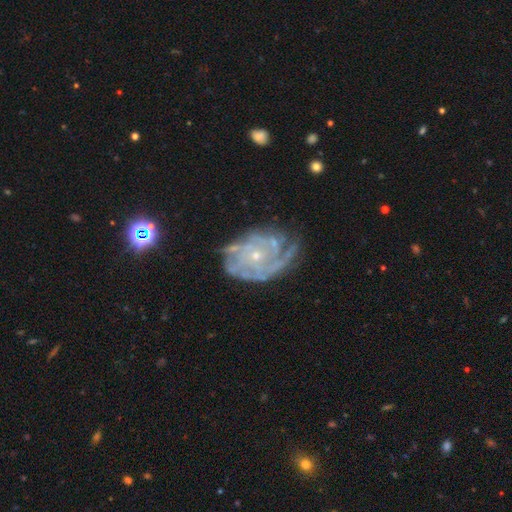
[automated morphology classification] featured or disk 83%, smooth 9%, star or artifact 8%. Down the decision tree: edge-on disk — no (97%); bar — no (81%); spiral arms — yes (91%); spiral arm count — can't tell (42%); spiral winding — tight (68%); bulge size — small (80%); merging — none (57%).